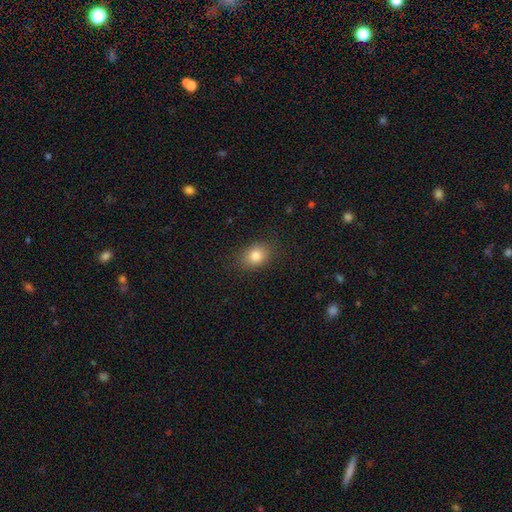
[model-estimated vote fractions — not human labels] smooth 82%, star or artifact 10%, featured or disk 8%. Down the decision tree: how rounded — in between (62%); merging — none (85%).